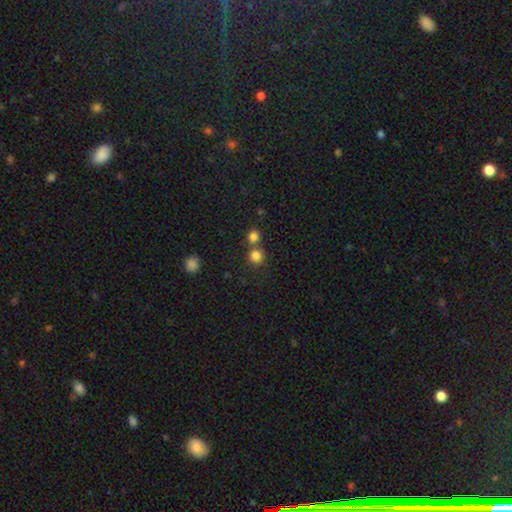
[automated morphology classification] Smooth or featured: smooth — 82% (star or artifact — 13%)
How rounded: round — 91% (in between — 8%)
Merging: none — 63% (merger — 28%)